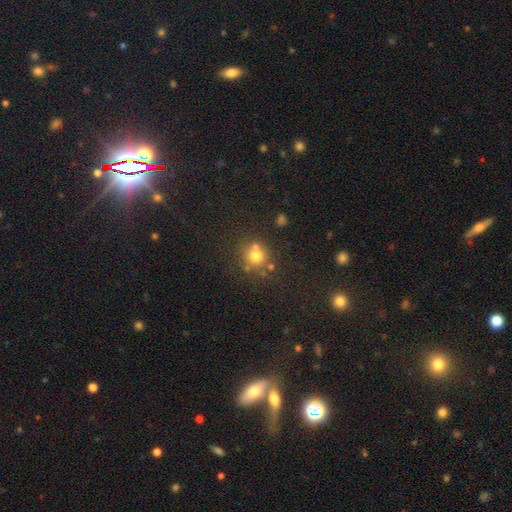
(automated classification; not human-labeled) smooth_or_featured: smooth (p=0.71) [alt: star or artifact p=0.17]
how_rounded: round (p=0.90) [alt: in between p=0.09]
merging: none (p=0.66) [alt: merger p=0.20]